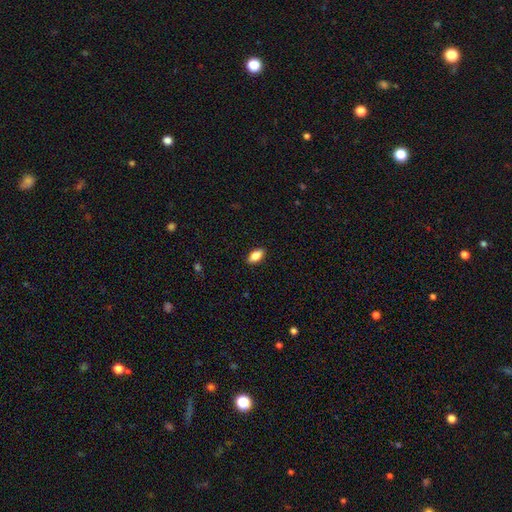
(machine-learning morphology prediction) A smooth galaxy with no disk features (85%) that is in between round and cigar-shaped (91%). Merging: none (89%).